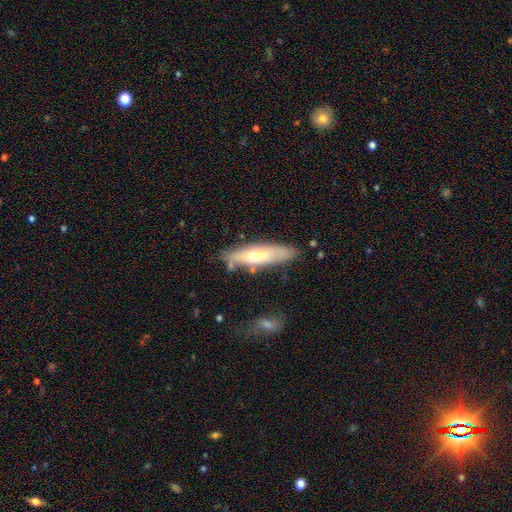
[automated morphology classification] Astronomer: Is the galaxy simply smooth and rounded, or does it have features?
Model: smooth — 56% (runner-up: featured or disk, 38%).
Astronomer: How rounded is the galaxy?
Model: cigar-shaped — 72%.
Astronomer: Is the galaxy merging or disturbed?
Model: none — 72%.